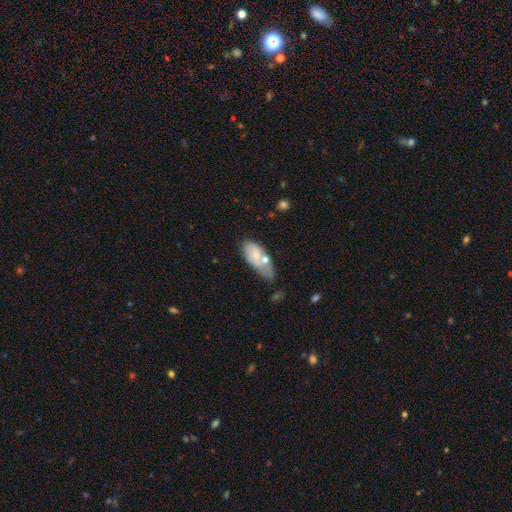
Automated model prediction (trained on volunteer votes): This is possibly a smooth galaxy (59%). How rounded: clearly in between (85%). Merging: marginally none (32%).